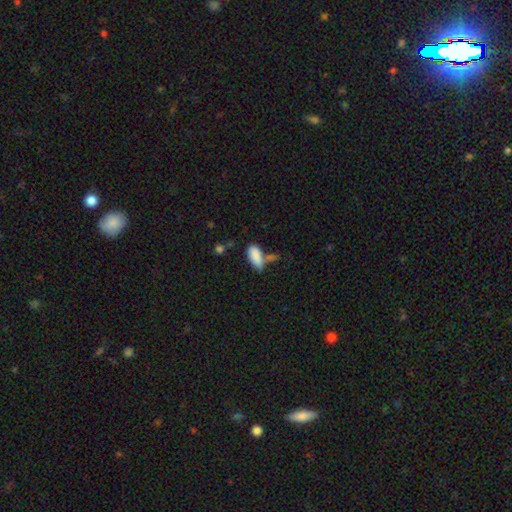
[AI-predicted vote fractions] This is clearly a smooth galaxy (85%). How rounded: clearly in between (88%). Merging: marginally none (42%).